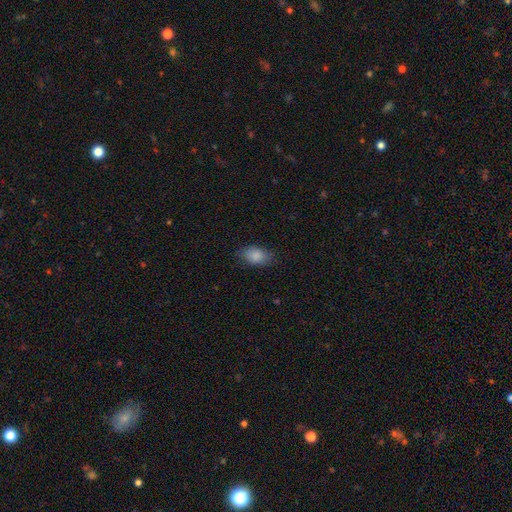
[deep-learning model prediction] Q: Smooth or featured?
A: smooth (87%); runner-up: star or artifact (7%)
Q: How rounded?
A: in between (89%); runner-up: round (9%)
Q: Merging?
A: none (78%); runner-up: minor disturbance (16%)